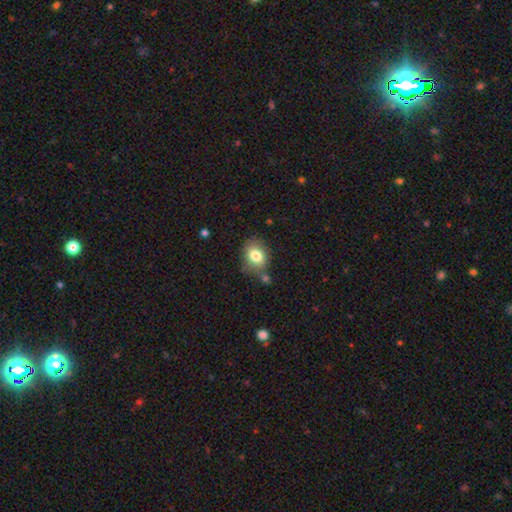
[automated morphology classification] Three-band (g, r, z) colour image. It shows a smooth galaxy with no disk features (79%) that is in between round and cigar-shaped (59%). Merging: none (67%).